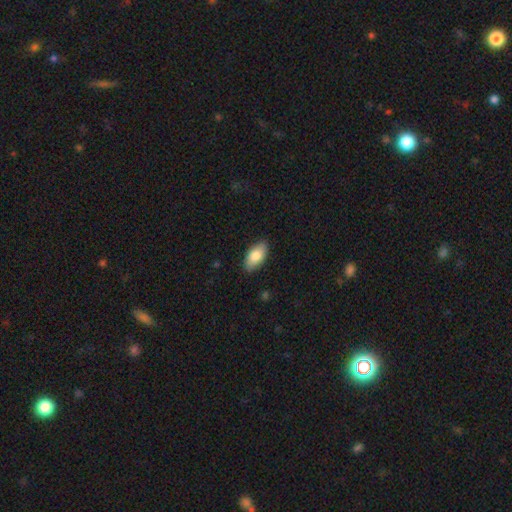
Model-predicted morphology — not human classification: smooth_or_featured: smooth (p=0.83) [alt: featured or disk p=0.11]
how_rounded: in between (p=0.93) [alt: cigar-shaped p=0.04]
merging: none (p=0.87) [alt: minor disturbance p=0.10]